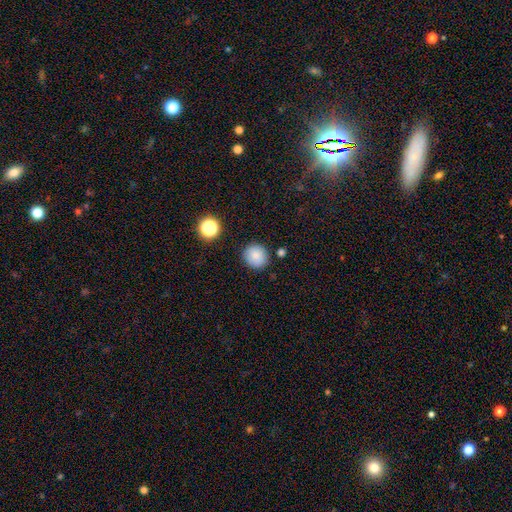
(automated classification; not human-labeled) smooth 84%, star or artifact 10%, featured or disk 6%. Down the decision tree: how rounded — round (91%); merging — none (86%).